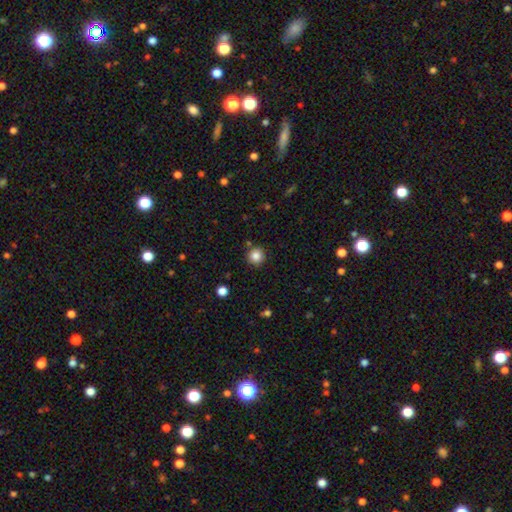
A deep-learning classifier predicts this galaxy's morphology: This appears to be a smooth galaxy with no disk features (84%) that is round (94%). Merging: none (88%).